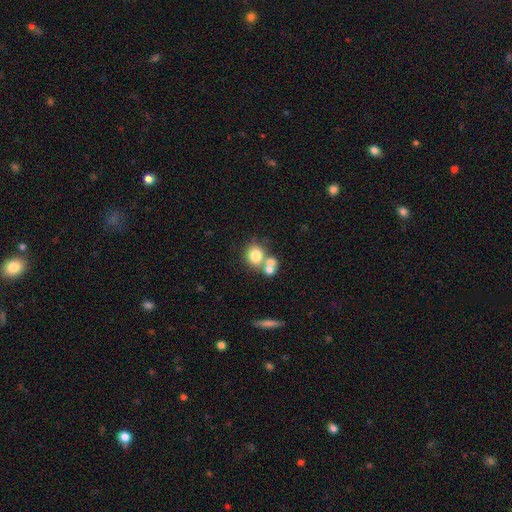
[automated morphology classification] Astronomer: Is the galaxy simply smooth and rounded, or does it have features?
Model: smooth — 75%.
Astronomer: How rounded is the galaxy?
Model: round — 73%.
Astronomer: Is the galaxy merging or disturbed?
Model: none — 44% (runner-up: merger, 42%).